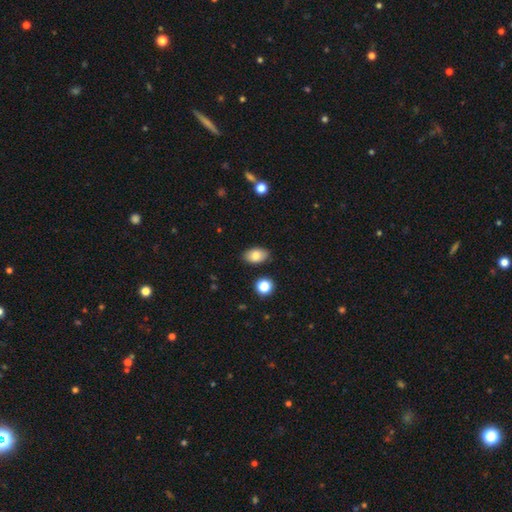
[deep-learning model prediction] Smooth or featured? smooth (82%)
How rounded? in between (90%)
Merging? none (86%)